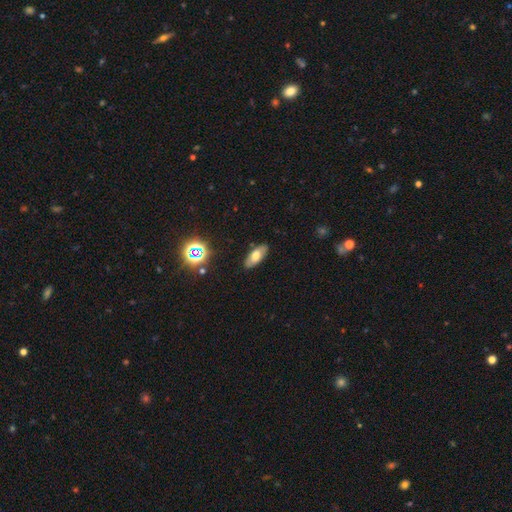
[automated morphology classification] Smooth or featured: smooth — 64% (featured or disk — 25%)
How rounded: in between — 84% (cigar-shaped — 13%)
Merging: none — 86% (minor disturbance — 10%)